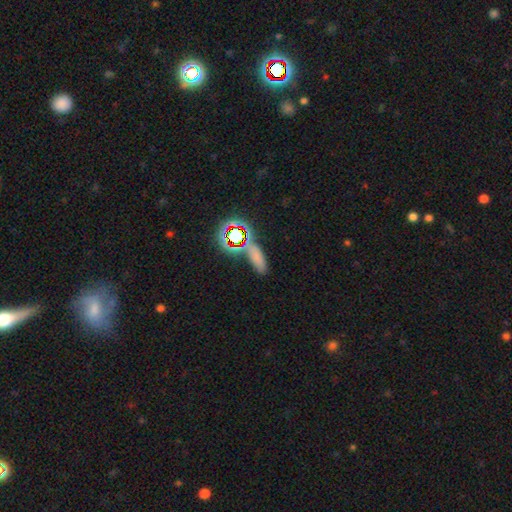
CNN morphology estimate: smooth_or_featured: smooth (p=0.57) [alt: star or artifact p=0.32]
how_rounded: in between (p=0.52) [alt: cigar-shaped p=0.39]
merging: none (p=0.60) [alt: minor disturbance p=0.17]